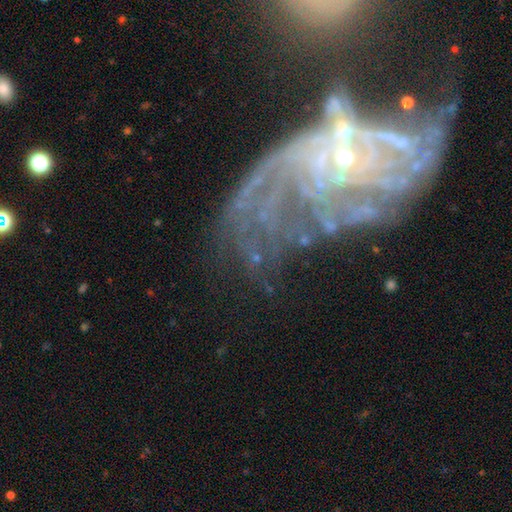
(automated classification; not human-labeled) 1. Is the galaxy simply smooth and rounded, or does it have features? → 77% featured or disk, 13% star or artifact, 10% smooth.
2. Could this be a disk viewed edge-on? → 95% no, 5% yes.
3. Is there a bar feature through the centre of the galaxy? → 62% no, 24% weak, 14% strong.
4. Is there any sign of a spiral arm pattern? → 86% yes, 14% no.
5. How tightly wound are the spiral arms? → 57% tight, 29% medium, 15% loose.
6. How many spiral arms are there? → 34% can't tell, 18% 2, 14% 3, 12% 4, 12% more than 4, 9% 1.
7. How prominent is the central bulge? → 64% small, 24% moderate, 7% none, 3% large, 2% dominant.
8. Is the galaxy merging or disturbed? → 48% none, 27% major disturbance, 17% minor disturbance, 8% merger.